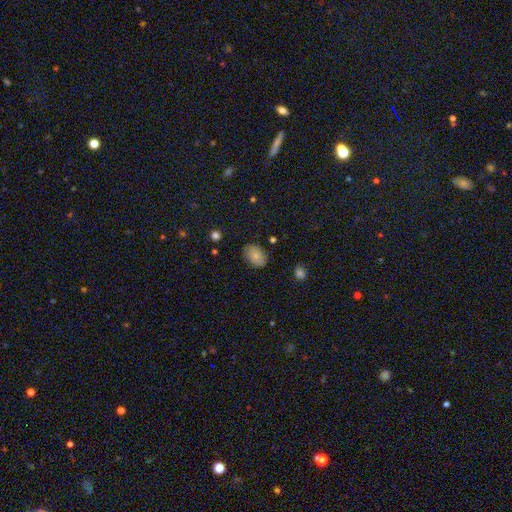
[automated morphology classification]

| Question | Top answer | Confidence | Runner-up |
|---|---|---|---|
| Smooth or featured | smooth | 77% | featured or disk (14%) |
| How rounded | in between | 81% | round (17%) |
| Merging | none | 77% | minor disturbance (17%) |